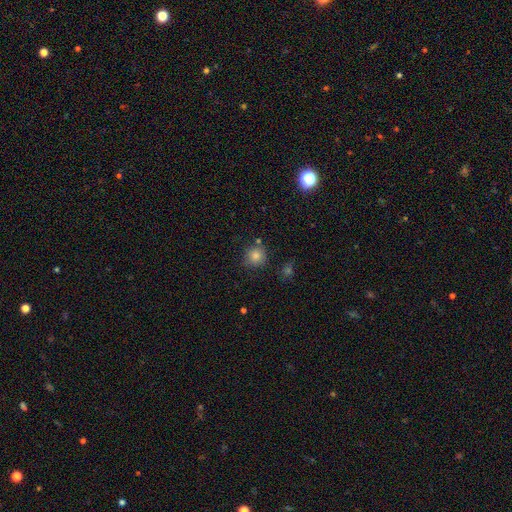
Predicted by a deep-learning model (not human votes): This is clearly a smooth galaxy (83%). How rounded: clearly round (91%). Merging: likely none (79%).